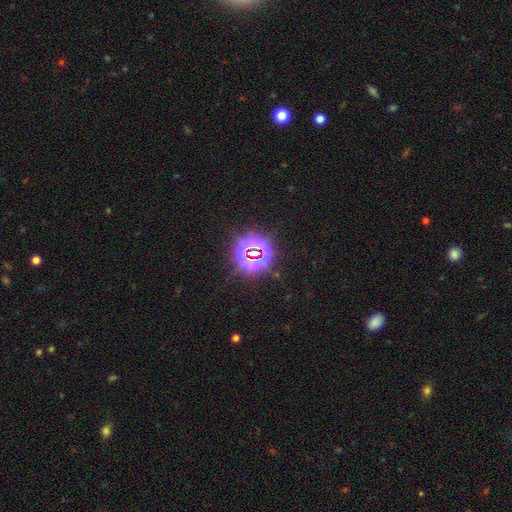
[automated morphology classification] This appears to be a star or artifact, not a galaxy (79%).